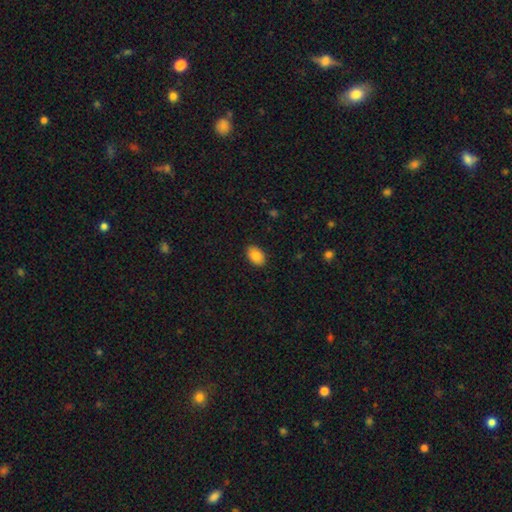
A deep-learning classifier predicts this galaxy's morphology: smooth-or-featured: smooth: 83% | featured or disk: 9% | star or artifact: 8%
  how-rounded: in between: 86% | round: 13% | cigar-shaped: 1%
  merging: none: 88% | minor disturbance: 9% | major disturbance: 2% | merger: 1%